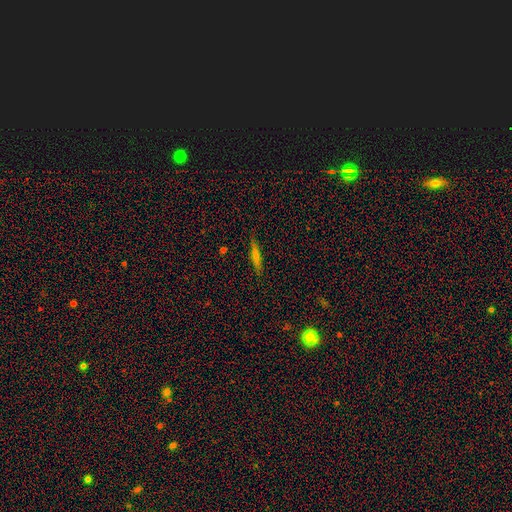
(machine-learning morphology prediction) This is possibly a smooth galaxy (55%). How rounded: clearly cigar-shaped (90%). Merging: clearly none (89%).